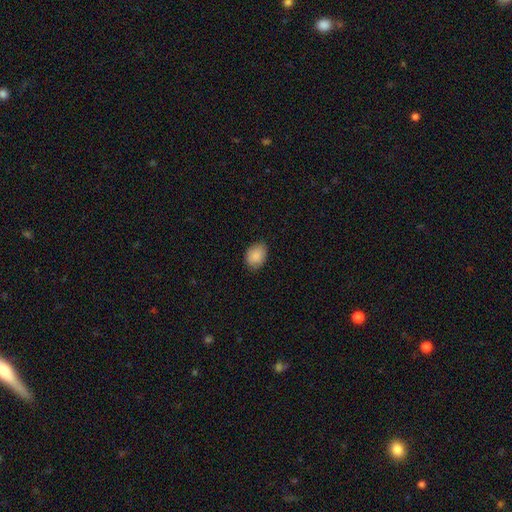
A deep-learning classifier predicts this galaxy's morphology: smooth_or_featured: smooth (p=0.89) [alt: star or artifact p=0.07]
how_rounded: in between (p=0.69) [alt: round p=0.30]
merging: none (p=0.82) [alt: minor disturbance p=0.15]